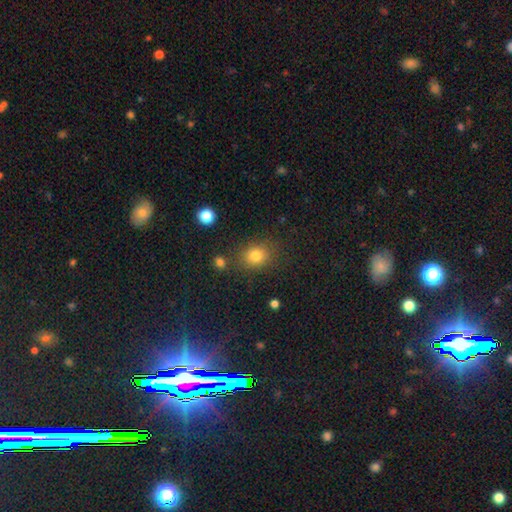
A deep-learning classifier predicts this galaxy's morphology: Smooth or featured: smooth — 79% (star or artifact — 14%)
How rounded: round — 66% (in between — 32%)
Merging: none — 81% (minor disturbance — 11%)